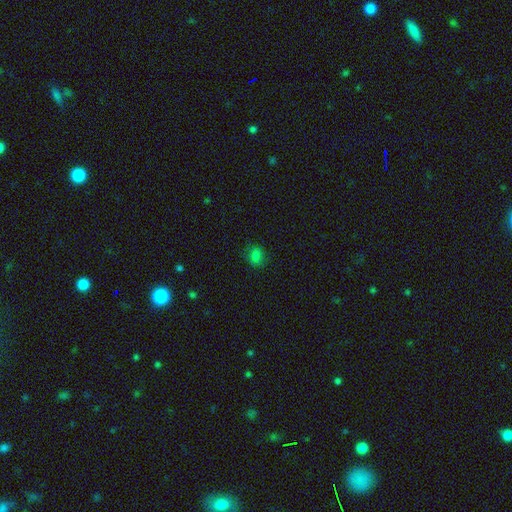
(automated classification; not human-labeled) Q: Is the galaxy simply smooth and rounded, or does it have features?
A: smooth — 80%.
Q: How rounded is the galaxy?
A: in between — 49%, tied with round.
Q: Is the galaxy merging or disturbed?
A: none — 82%.